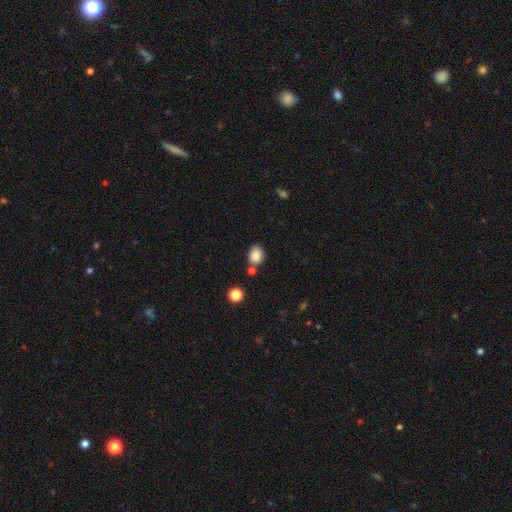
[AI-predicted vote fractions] smooth-or-featured: smooth: 85% | star or artifact: 10% | featured or disk: 5%
  how-rounded: in between: 61% | round: 38% | cigar-shaped: 1%
  merging: none: 69% | minor disturbance: 14% | merger: 13% | major disturbance: 4%